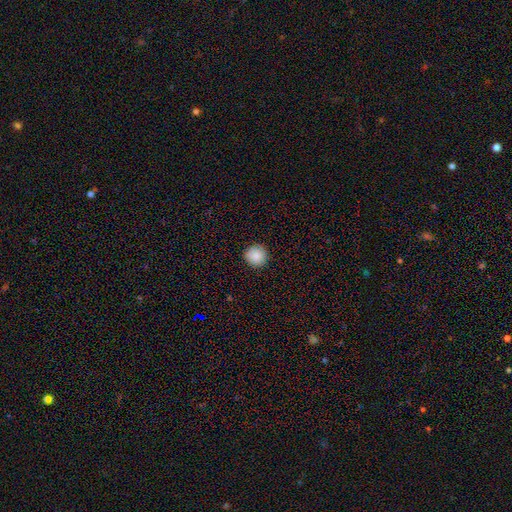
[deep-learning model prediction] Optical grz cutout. It shows a smooth galaxy with no disk features (88%) that is round (94%). Merging: none (92%).